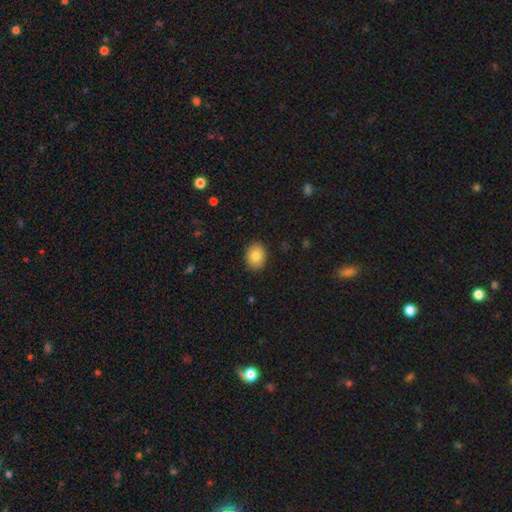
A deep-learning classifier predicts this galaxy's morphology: Smooth or featured?
  - smooth: 85% *
  - star or artifact: 8%
  - featured or disk: 7%
How rounded?
  - in between: 57% *
  - round: 42%
  - cigar-shaped: 1%
Merging?
  - none: 89% *
  - minor disturbance: 8%
  - major disturbance: 2%
  - merger: 1%